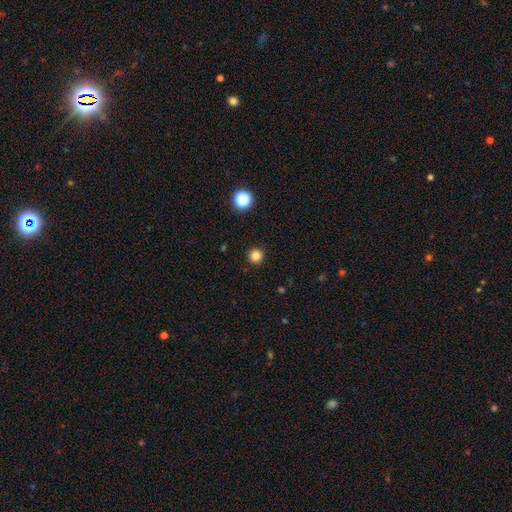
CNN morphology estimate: Q: Smooth or featured?
A: smooth (83%); runner-up: star or artifact (13%)
Q: How rounded?
A: round (96%); runner-up: in between (3%)
Q: Merging?
A: none (93%); runner-up: minor disturbance (4%)